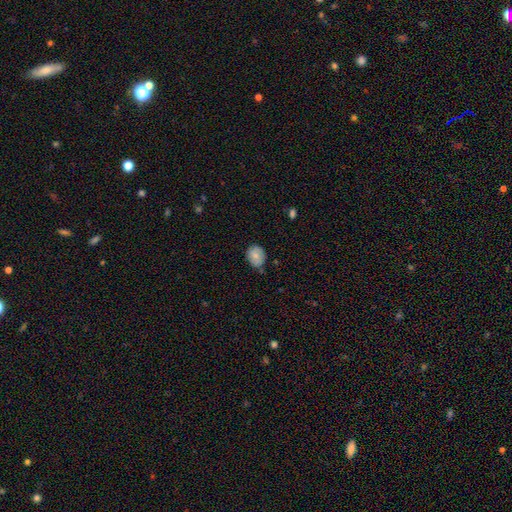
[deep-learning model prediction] smooth-or-featured: smooth: 72% | featured or disk: 21% | star or artifact: 8%
  how-rounded: round: 55% | in between: 44% | cigar-shaped: 1%
  merging: none: 65% | minor disturbance: 28% | major disturbance: 4% | merger: 3%